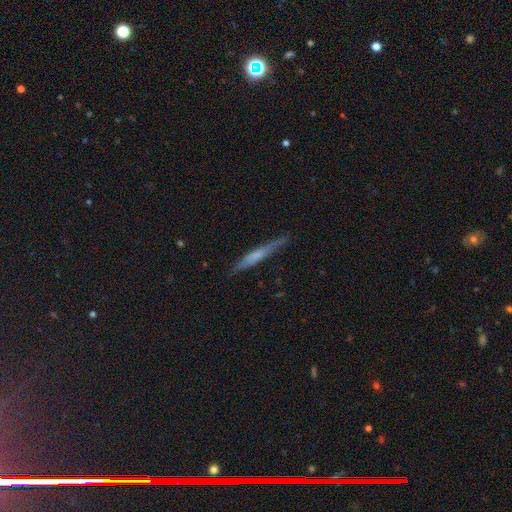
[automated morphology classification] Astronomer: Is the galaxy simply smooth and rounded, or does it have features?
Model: featured or disk — 47%, tied with smooth at 47%.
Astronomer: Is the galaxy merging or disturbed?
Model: none — 84%.